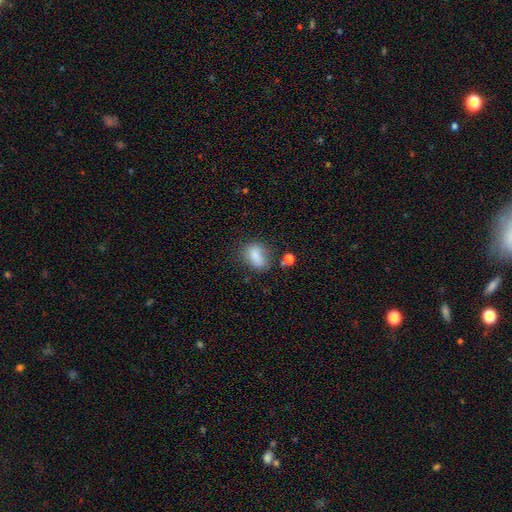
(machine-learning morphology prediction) Smooth or featured? Predicted: smooth (p=0.81). How rounded? Predicted: in between (p=0.75). Merging? Predicted: none (p=0.54).